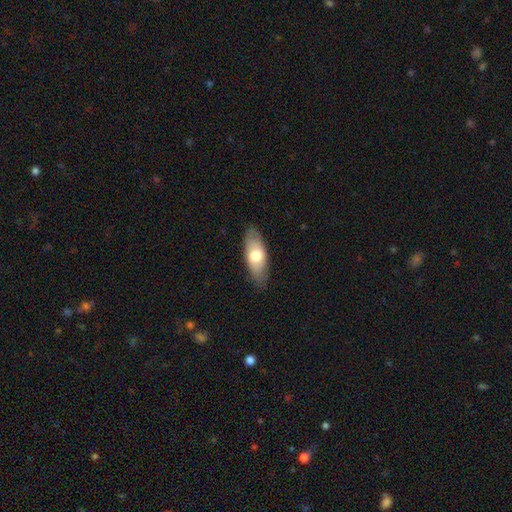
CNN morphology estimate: A smooth galaxy with no disk features (68%) that is in between round and cigar-shaped (80%).

Vote fractions:
- Smooth or featured? smooth: 68% / featured or disk: 27% / star or artifact: 6%
- How rounded? in between: 80% / cigar-shaped: 17% / round: 2%
- Merging? none: 82% / minor disturbance: 14% / major disturbance: 3% / merger: 1%